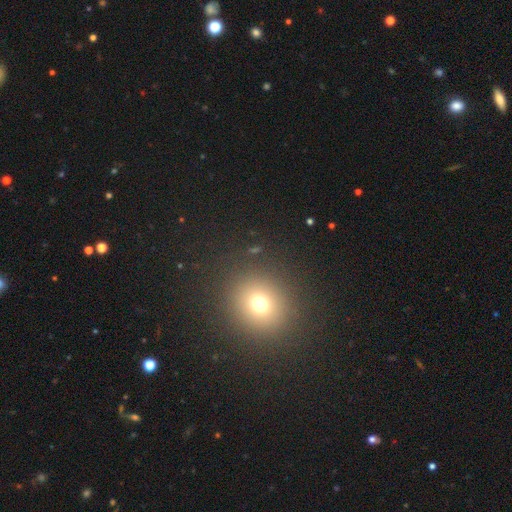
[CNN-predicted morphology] A smooth galaxy with no disk features (64%) that is round (86%). Merging: none (91%).